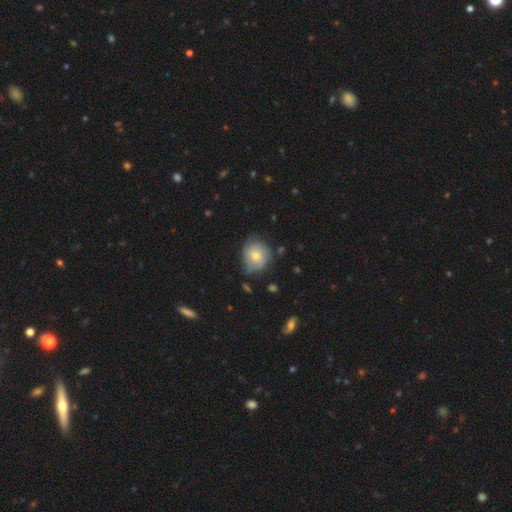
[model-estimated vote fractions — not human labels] smooth-or-featured: smooth: 51% | featured or disk: 40% | star or artifact: 9%
  how-rounded: round: 74% | in between: 25% | cigar-shaped: 1%
  merging: none: 58% | minor disturbance: 31% | major disturbance: 9% | merger: 2%